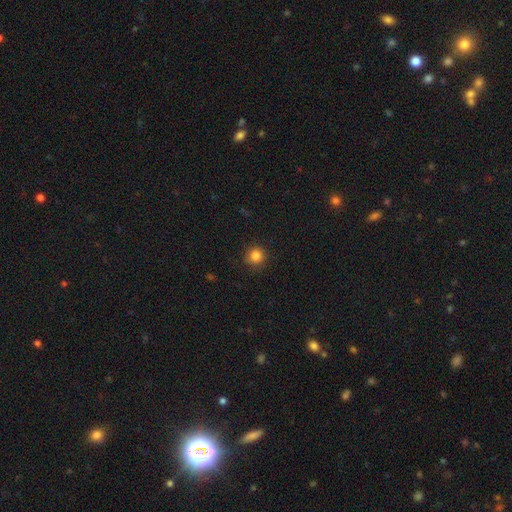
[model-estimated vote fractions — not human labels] Overall: smooth (84%). How rounded: round (93%). Merging: none (88%).